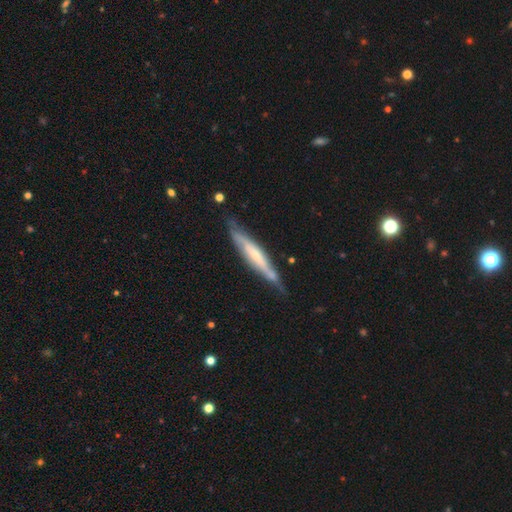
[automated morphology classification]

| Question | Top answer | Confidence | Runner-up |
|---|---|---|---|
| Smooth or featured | featured or disk | 66% | smooth (28%) |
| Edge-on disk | yes | 82% | no (18%) |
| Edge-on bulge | none | 45% | rounded (40%) |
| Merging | none | 71% | minor disturbance (22%) |